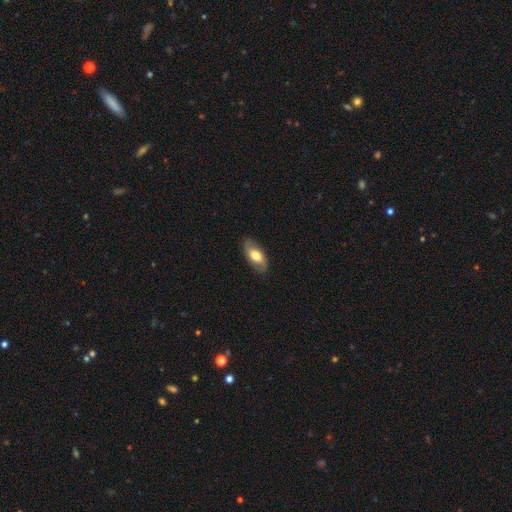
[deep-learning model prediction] Smooth or featured? smooth (61%)
How rounded? in between (89%)
Merging? none (82%)